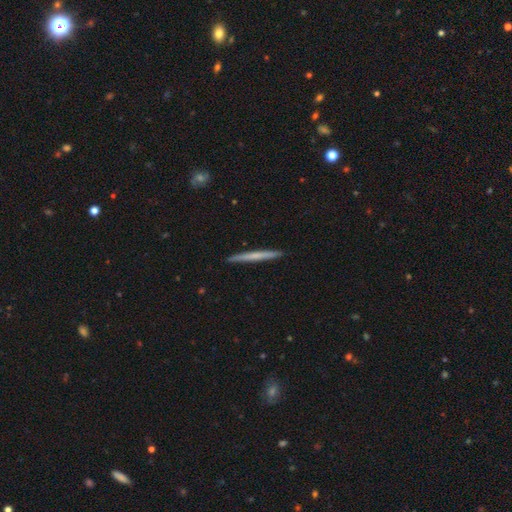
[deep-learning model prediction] smooth_or_featured: smooth (p=0.52) [alt: featured or disk p=0.43]
how_rounded: cigar-shaped (p=0.97) [alt: in between p=0.02]
merging: none (p=0.93) [alt: minor disturbance p=0.05]